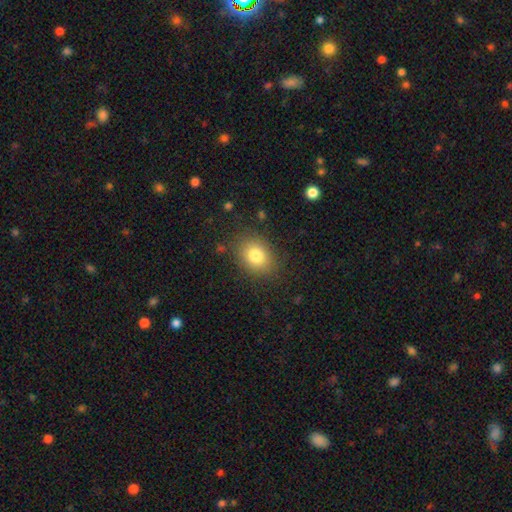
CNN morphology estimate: Q: Smooth or featured?
A: smooth (80%); runner-up: star or artifact (11%)
Q: How rounded?
A: in between (51%); runner-up: round (48%)
Q: Merging?
A: none (84%); runner-up: minor disturbance (11%)